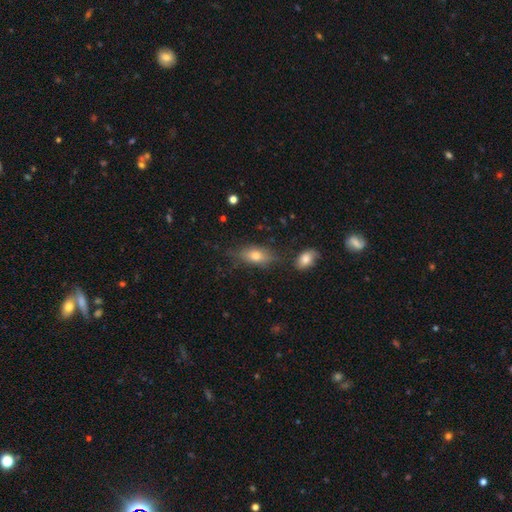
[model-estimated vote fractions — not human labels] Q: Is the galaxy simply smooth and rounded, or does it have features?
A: smooth — 71%.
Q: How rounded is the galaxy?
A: in between — 81%.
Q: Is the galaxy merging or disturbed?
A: none — 70%.